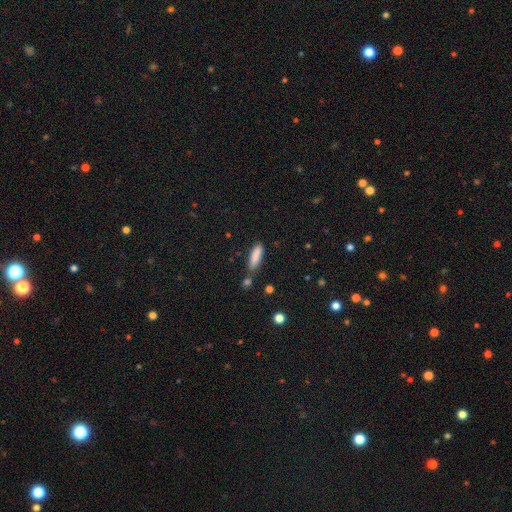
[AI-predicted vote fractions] Smooth or featured? smooth (85%)
How rounded? cigar-shaped (61%)
Merging? none (66%)